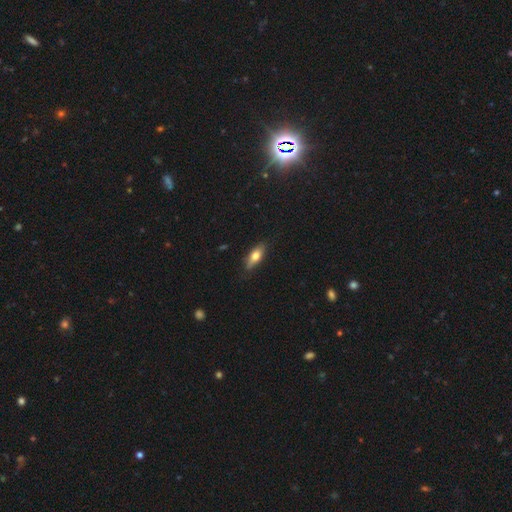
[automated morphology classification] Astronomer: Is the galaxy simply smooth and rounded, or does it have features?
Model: smooth — 67%.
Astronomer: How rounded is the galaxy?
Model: in between — 69%.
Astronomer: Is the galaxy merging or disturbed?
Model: none — 82%.